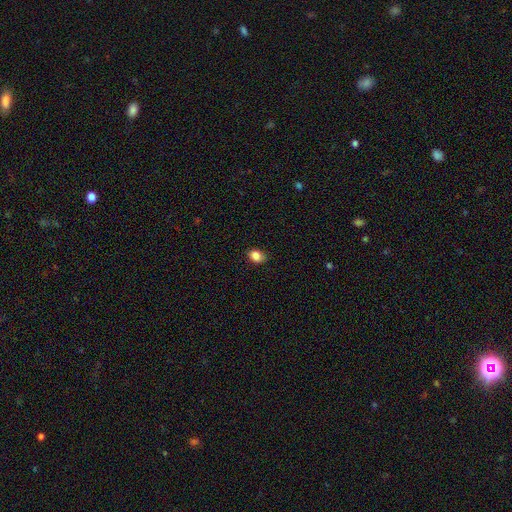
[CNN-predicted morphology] type=smooth (86%); roundness=in between (69%); merging=none (83%).